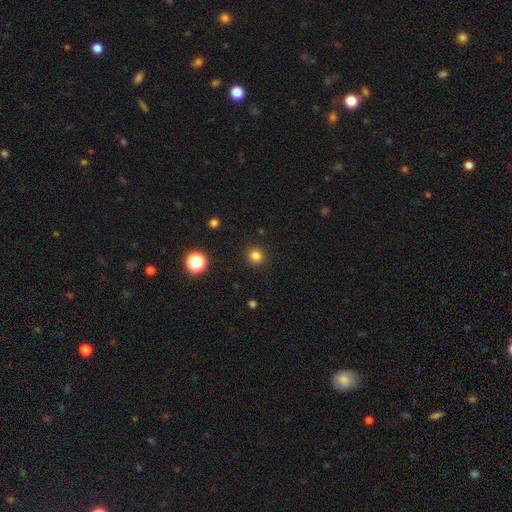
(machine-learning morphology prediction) This is clearly a smooth galaxy (82%). How rounded: clearly round (94%). Merging: clearly none (92%).